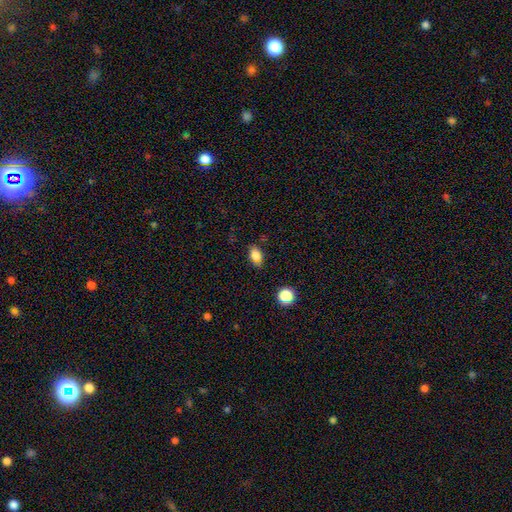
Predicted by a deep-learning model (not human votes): smooth_or_featured: smooth (p=0.83) [alt: star or artifact p=0.10]
how_rounded: in between (p=0.82) [alt: round p=0.16]
merging: none (p=0.78) [alt: minor disturbance p=0.16]